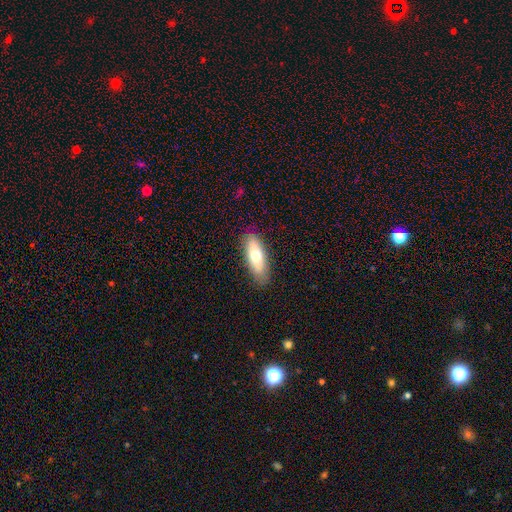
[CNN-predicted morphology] Smooth or featured: smooth — 65% (featured or disk — 29%)
How rounded: in between — 64% (cigar-shaped — 33%)
Merging: none — 86% (minor disturbance — 10%)